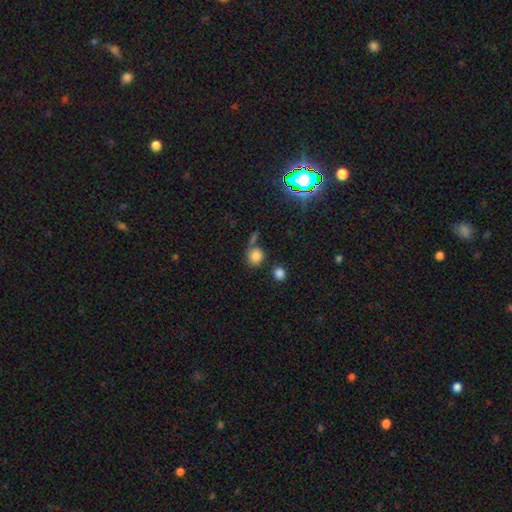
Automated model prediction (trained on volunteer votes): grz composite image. It shows a smooth galaxy with no disk features (81%) that is round (78%). Merging: none (62%).